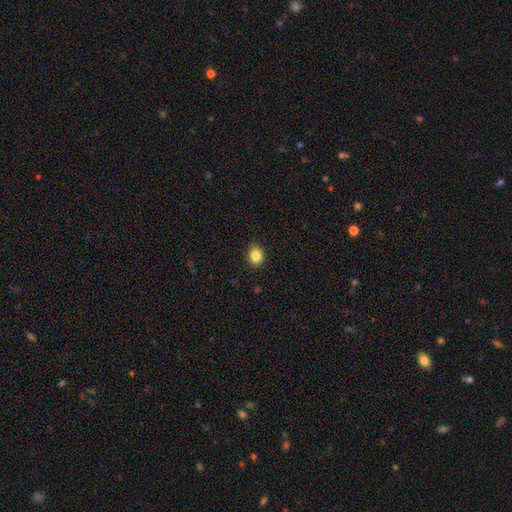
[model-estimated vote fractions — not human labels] smooth_or_featured: smooth (p=0.85) [alt: star or artifact p=0.10]
how_rounded: round (p=0.57) [alt: in between p=0.42]
merging: none (p=0.87) [alt: minor disturbance p=0.10]